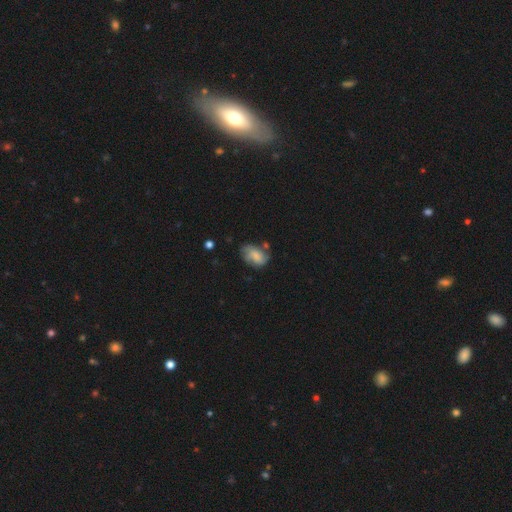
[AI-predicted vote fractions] Morphology: type=smooth (53%); roundness=in between (82%); merging=none (53%).